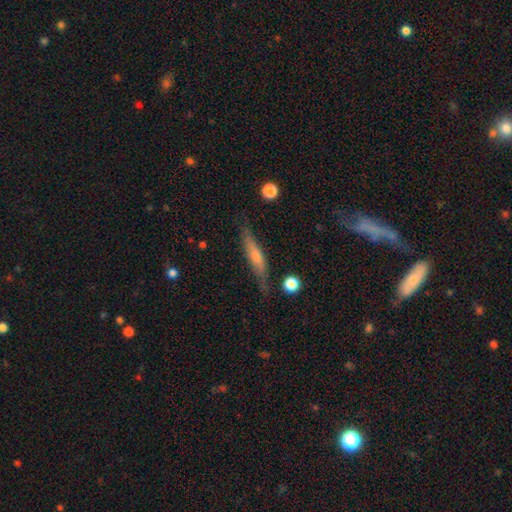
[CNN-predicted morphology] smooth-or-featured: featured or disk: 56% | smooth: 37% | star or artifact: 7%
  disk-edge-on: yes: 90% | no: 10%
    edge-on-bulge: rounded: 63% | none: 26% | boxy: 10%
  merging: none: 78% | minor disturbance: 16% | major disturbance: 4% | merger: 2%